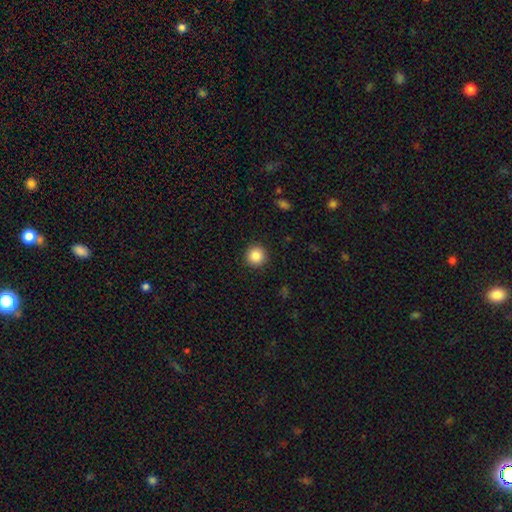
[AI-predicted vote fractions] Overall: smooth (87%). How rounded: round (95%). Merging: none (92%).